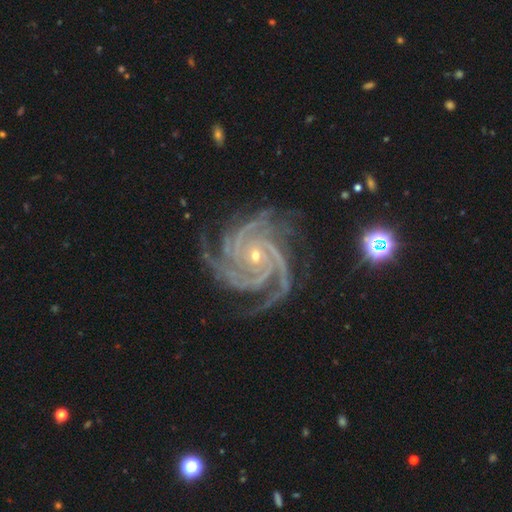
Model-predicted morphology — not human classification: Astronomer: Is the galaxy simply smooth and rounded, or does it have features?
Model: featured or disk — 93%.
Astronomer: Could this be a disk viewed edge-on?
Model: no — 98%.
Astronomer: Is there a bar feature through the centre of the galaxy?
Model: no — 68%.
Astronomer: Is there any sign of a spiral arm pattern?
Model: yes — 99%.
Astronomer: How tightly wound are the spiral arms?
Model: tight — 72%.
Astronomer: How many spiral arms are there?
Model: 4 — 39% (runner-up: 3, 21%).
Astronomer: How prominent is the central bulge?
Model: small — 73%.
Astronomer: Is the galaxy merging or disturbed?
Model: none — 74%.